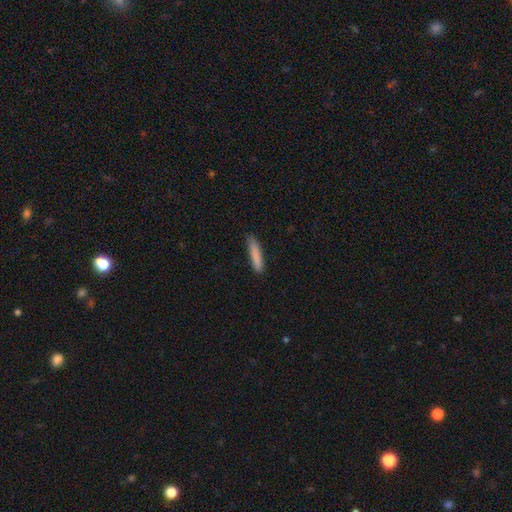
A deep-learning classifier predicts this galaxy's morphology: Overall: smooth (86%). How rounded: cigar-shaped (87%). Merging: none (86%).